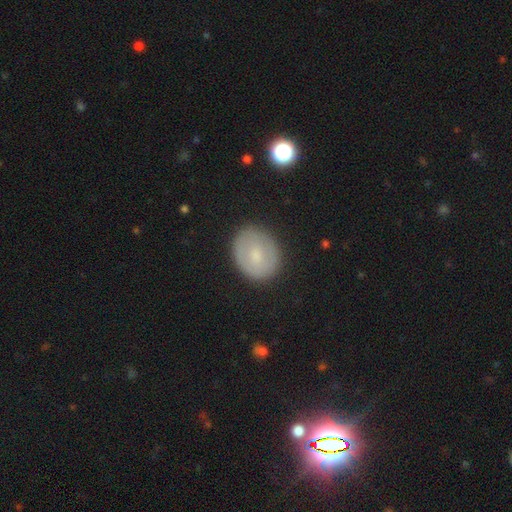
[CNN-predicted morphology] Q: Smooth or featured?
A: smooth (65%); runner-up: featured or disk (27%)
Q: How rounded?
A: round (57%); runner-up: in between (42%)
Q: Merging?
A: none (85%); runner-up: minor disturbance (11%)